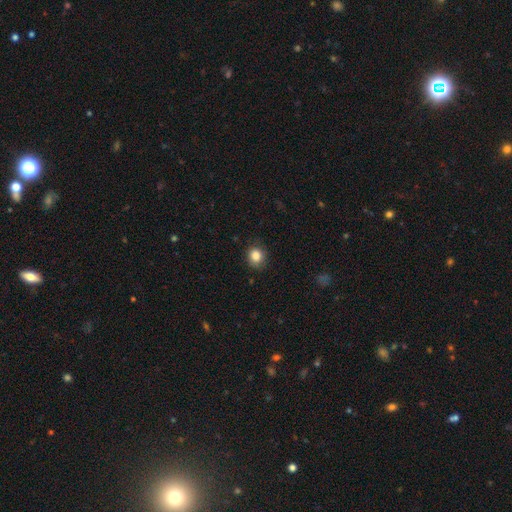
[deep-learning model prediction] A smooth galaxy with no disk features (86%) that is round (74%). Merging: none (81%).